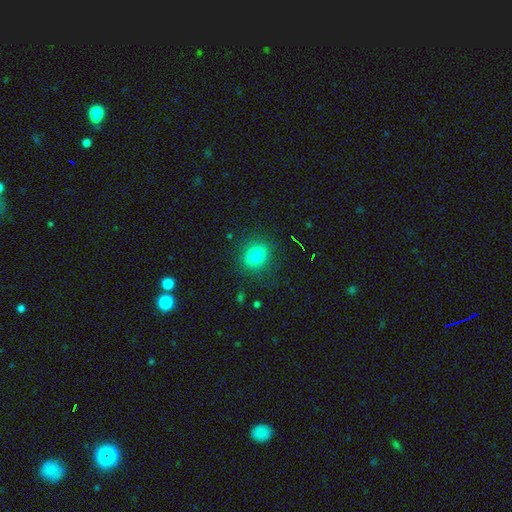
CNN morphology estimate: The model was most divided on "how rounded": in between: 51%, round: 47%, cigar-shaped: 2%. More confident: merging — none (84%); smooth or featured — smooth (80%).